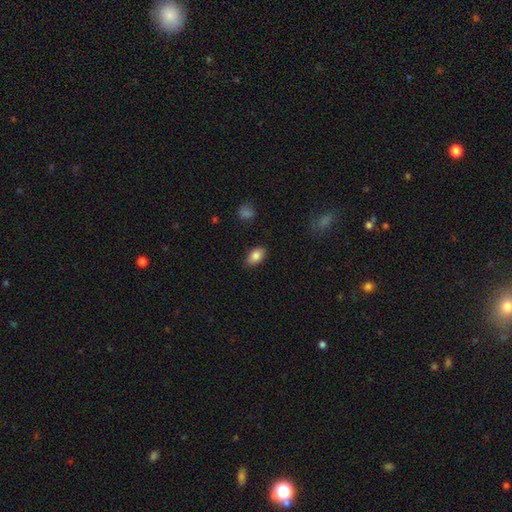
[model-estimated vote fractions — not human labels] This appears to be a smooth galaxy with no disk features (85%) that is in between round and cigar-shaped (90%). Merging: none (85%).